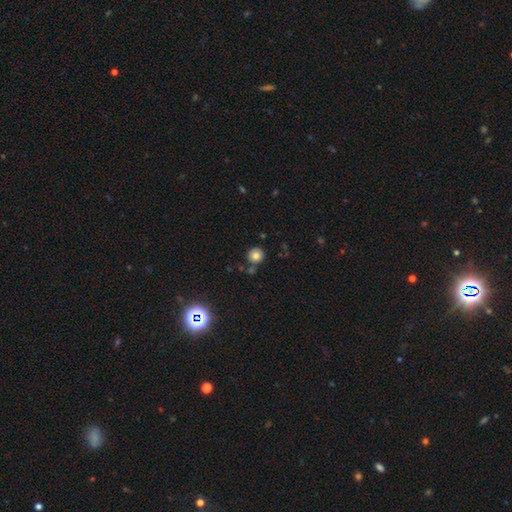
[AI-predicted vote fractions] Smooth or featured?
  - smooth: 78% *
  - star or artifact: 13%
  - featured or disk: 9%
How rounded?
  - round: 91% *
  - in between: 8%
  - cigar-shaped: 1%
Merging?
  - none: 78% *
  - merger: 10%
  - minor disturbance: 9%
  - major disturbance: 3%